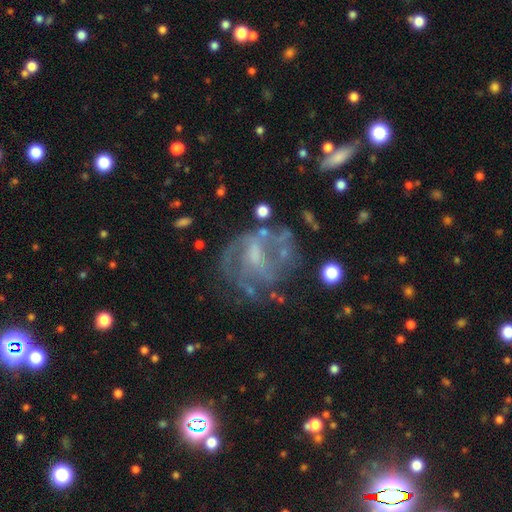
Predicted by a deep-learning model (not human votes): featured or disk 75%, smooth 14%, star or artifact 11%. Down the decision tree: edge-on disk — no (97%); bar — weak (45%); spiral arms — yes (72%); spiral arm count — can't tell (41%); spiral winding — medium (42%); bulge size — small (35%); merging — none (56%).